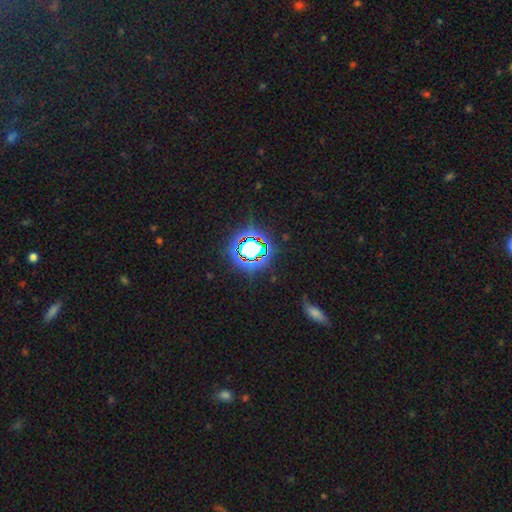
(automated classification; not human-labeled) This appears to be a star or artifact, not a galaxy (74%).